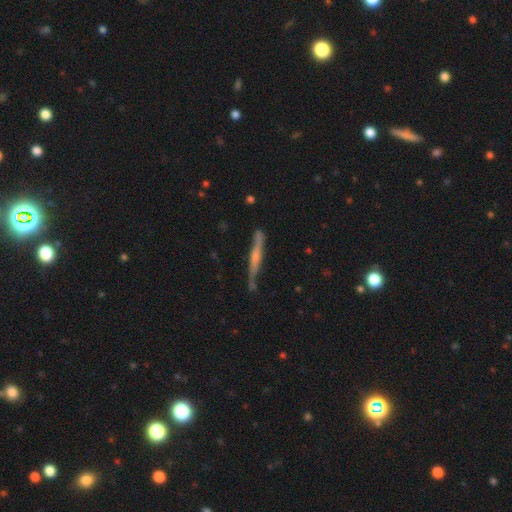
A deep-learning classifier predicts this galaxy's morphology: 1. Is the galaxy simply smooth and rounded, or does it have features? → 60% featured or disk, 34% smooth, 6% star or artifact.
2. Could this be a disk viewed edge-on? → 94% yes, 6% no.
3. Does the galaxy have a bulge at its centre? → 53% rounded, 35% none, 13% boxy.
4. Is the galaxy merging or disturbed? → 74% none, 19% minor disturbance, 4% merger, 3% major disturbance.